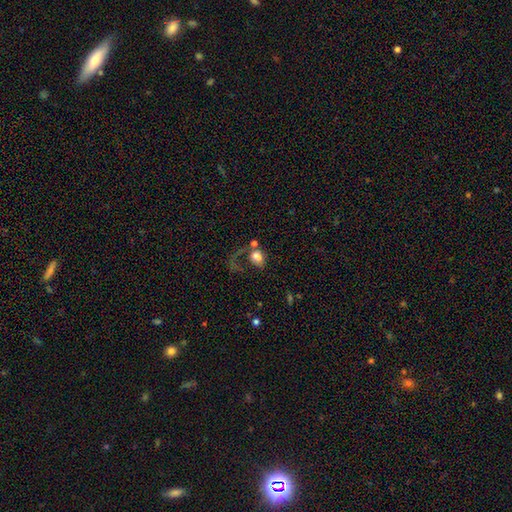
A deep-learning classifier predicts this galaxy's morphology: smooth_or_featured: smooth (p=0.65) [alt: featured or disk p=0.25]
how_rounded: in between (p=0.56) [alt: round p=0.43]
merging: major disturbance (p=0.40) [alt: none p=0.24]